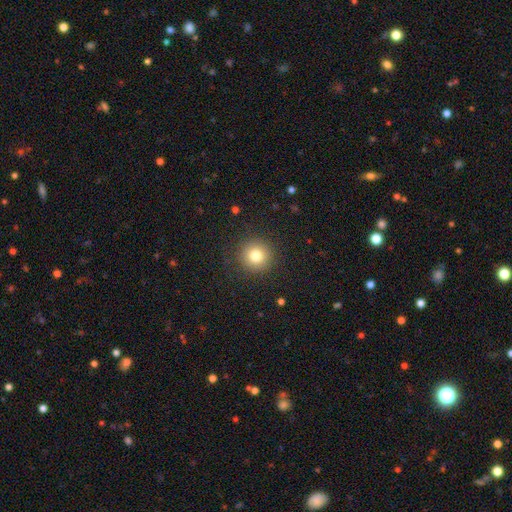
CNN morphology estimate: A smooth galaxy with no disk features (79%) that is round (95%).

Vote fractions:
- Smooth or featured? smooth: 79% / star or artifact: 12% / featured or disk: 9%
- How rounded? round: 95% / in between: 4% / cigar-shaped: 1%
- Merging? none: 90% / minor disturbance: 6% / major disturbance: 3% / merger: 1%